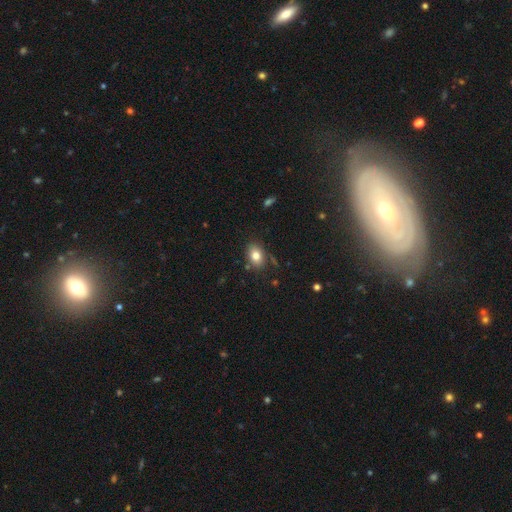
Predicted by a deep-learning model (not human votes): This is likely a smooth galaxy (79%). How rounded: likely in between (75%). Merging: clearly none (80%).